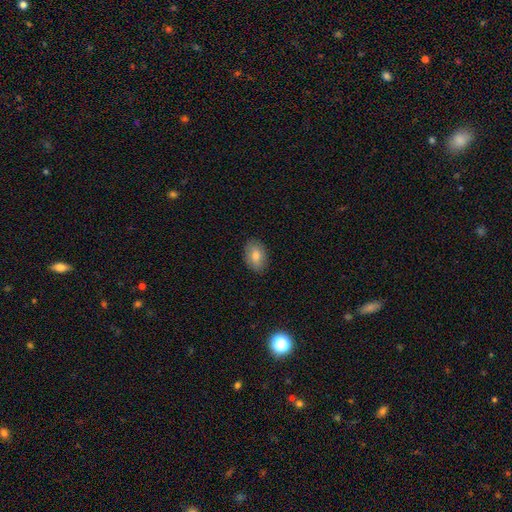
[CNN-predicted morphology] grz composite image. It shows a smooth galaxy with no disk features (79%) that is in between round and cigar-shaped (81%). Merging: none (87%).